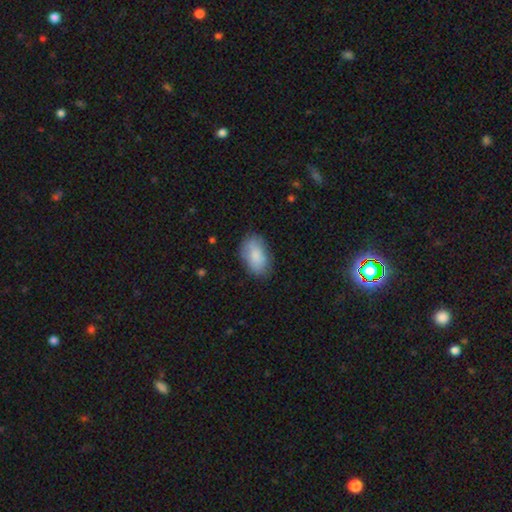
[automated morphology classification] type=smooth (83%); roundness=in between (92%); merging=none (77%).